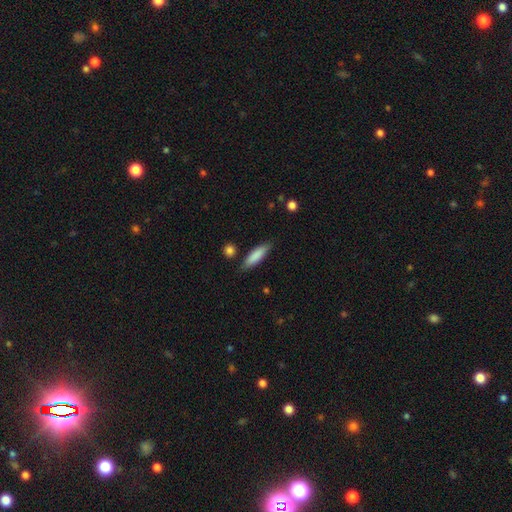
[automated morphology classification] The model was most divided on "how rounded": cigar-shaped: 66%, in between: 32%, round: 2%. More confident: smooth or featured — smooth (83%); merging — none (83%).